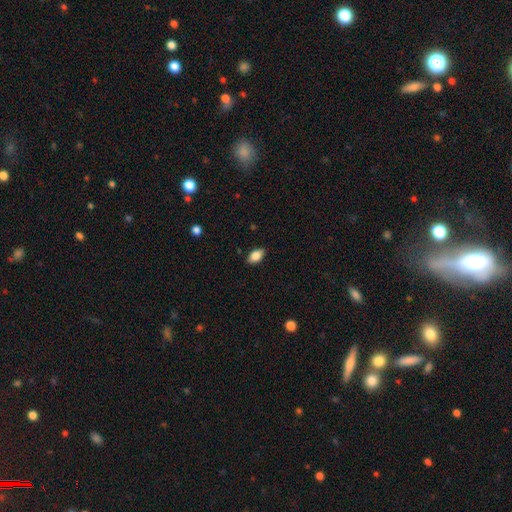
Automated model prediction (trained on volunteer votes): Q: Smooth or featured?
A: smooth (85%); runner-up: star or artifact (8%)
Q: How rounded?
A: in between (91%); runner-up: round (7%)
Q: Merging?
A: none (87%); runner-up: minor disturbance (10%)